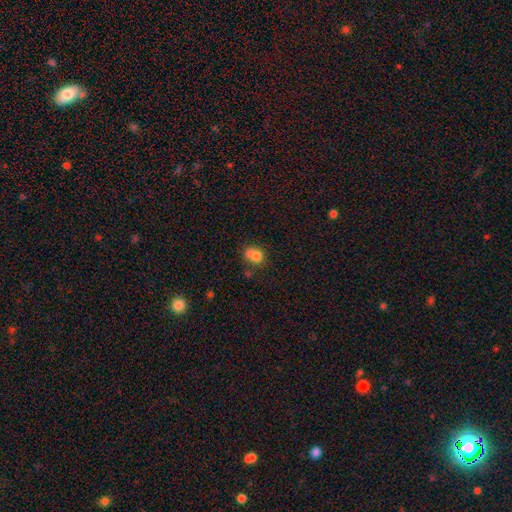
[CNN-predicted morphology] type=smooth (75%); roundness=round (57%); merging=merger (38%).